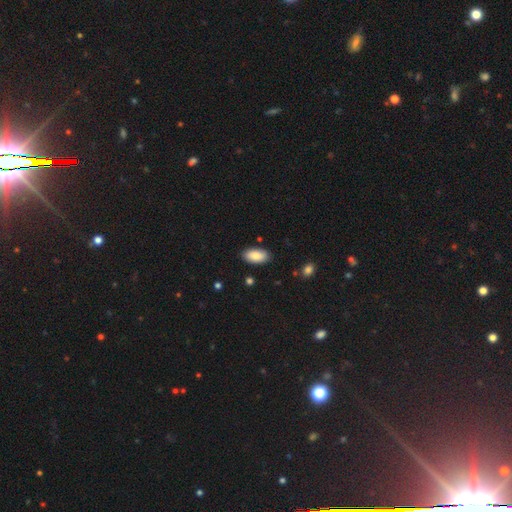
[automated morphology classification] smooth-or-featured: smooth: 87% | featured or disk: 7% | star or artifact: 6%
  how-rounded: in between: 94% | cigar-shaped: 4% | round: 2%
  merging: none: 87% | minor disturbance: 10% | major disturbance: 2% | merger: 2%